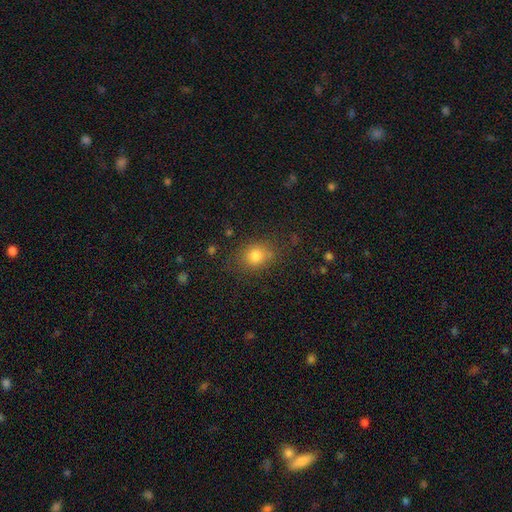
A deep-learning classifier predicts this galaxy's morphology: type=smooth (79%); roundness=round (55%); merging=none (74%).